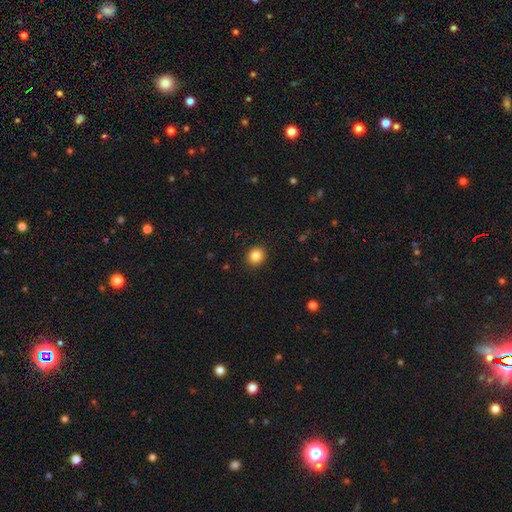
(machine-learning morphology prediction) smooth 86%, star or artifact 10%, featured or disk 4%. Down the decision tree: how rounded — round (82%); merging — none (92%).